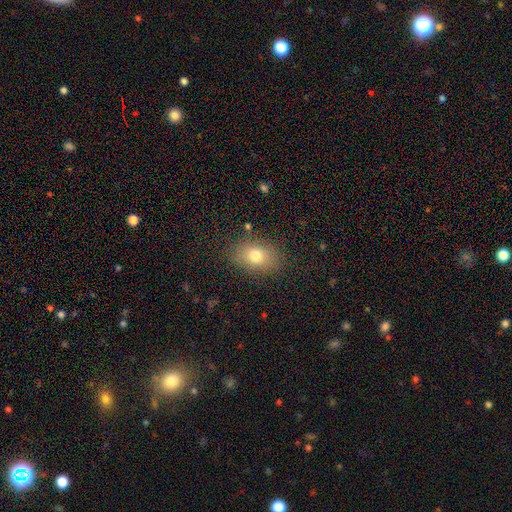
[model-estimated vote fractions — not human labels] The model was most divided on "how rounded": in between: 76%, round: 23%, cigar-shaped: 1%. More confident: merging — none (83%); smooth or featured — smooth (76%).